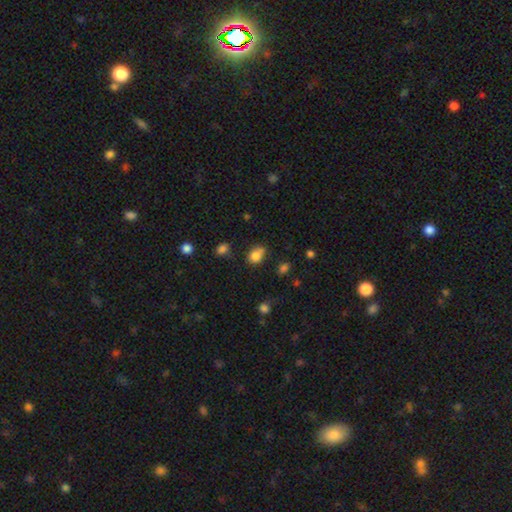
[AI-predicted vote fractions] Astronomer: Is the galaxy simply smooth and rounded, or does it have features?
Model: smooth — 81%.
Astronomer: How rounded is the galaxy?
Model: in between — 58% (runner-up: round, 40%).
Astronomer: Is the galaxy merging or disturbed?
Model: none — 50% (runner-up: minor disturbance, 26%).